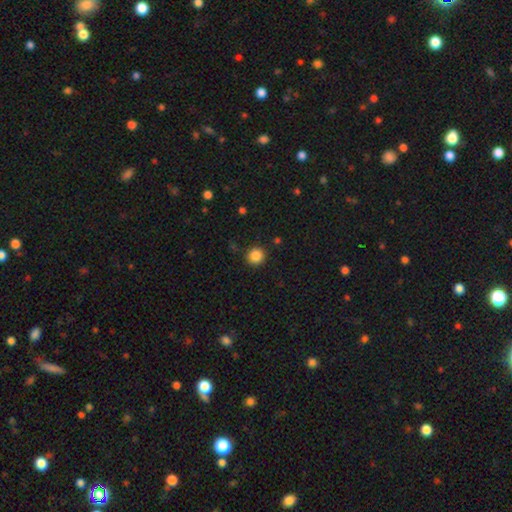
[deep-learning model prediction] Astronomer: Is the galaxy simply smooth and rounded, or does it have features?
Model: smooth — 86%.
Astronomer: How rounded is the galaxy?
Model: round — 93%.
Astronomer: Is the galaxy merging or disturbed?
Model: none — 90%.